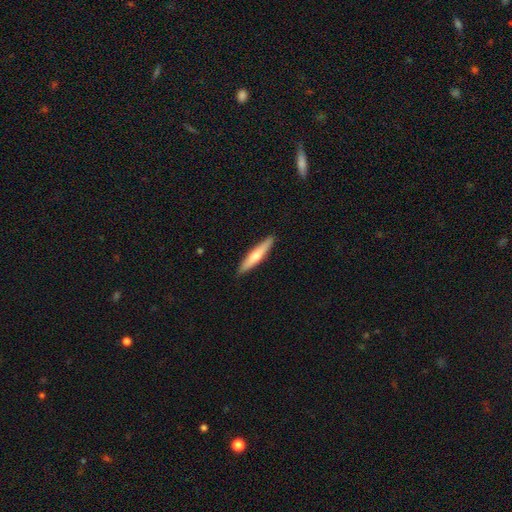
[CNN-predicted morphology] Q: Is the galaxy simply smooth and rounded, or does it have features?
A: smooth — 56%.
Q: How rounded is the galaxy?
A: cigar-shaped — 90%.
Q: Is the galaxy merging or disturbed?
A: none — 90%.